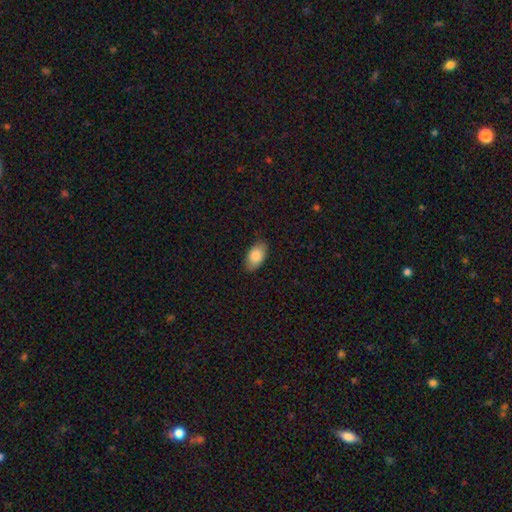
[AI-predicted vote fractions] Smooth or featured: smooth — 85% (featured or disk — 8%)
How rounded: in between — 93% (round — 5%)
Merging: none — 83% (minor disturbance — 14%)